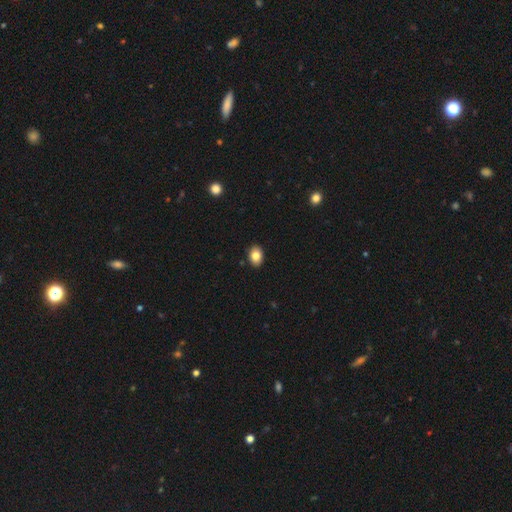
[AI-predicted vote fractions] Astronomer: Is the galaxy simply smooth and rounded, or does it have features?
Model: smooth — 83%.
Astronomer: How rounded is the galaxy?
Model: in between — 77%.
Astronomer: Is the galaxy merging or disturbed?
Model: none — 89%.